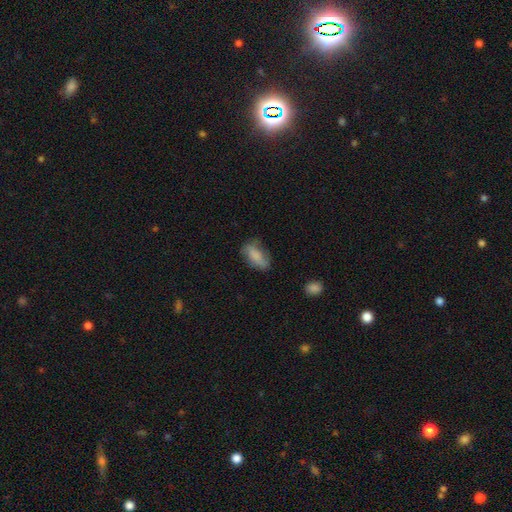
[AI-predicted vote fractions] The model was most divided on "merging": none: 60%, minor disturbance: 27%, major disturbance: 10%, merger: 2%. More confident: how rounded — in between (84%); smooth or featured — smooth (71%).